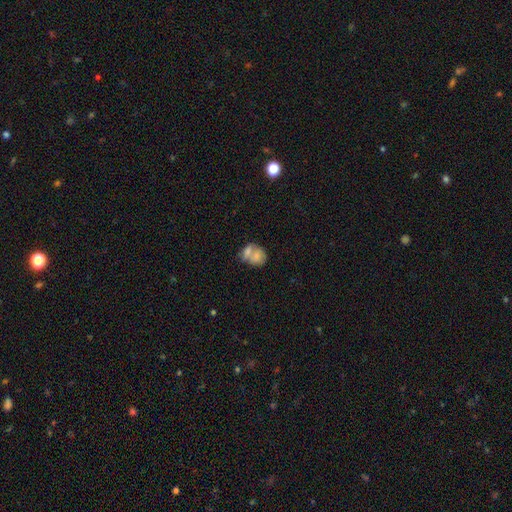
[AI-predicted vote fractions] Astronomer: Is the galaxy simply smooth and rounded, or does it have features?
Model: smooth — 68%.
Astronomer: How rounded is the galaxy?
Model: in between — 50% (runner-up: round, 49%).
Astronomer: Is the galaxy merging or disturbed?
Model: merger — 62%.